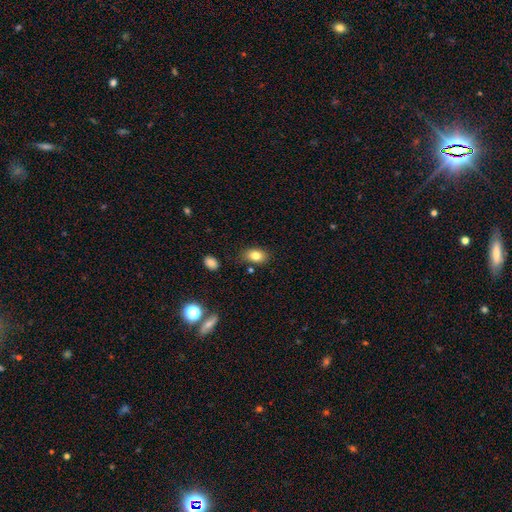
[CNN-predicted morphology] type=smooth (81%); roundness=in between (83%); merging=none (78%).